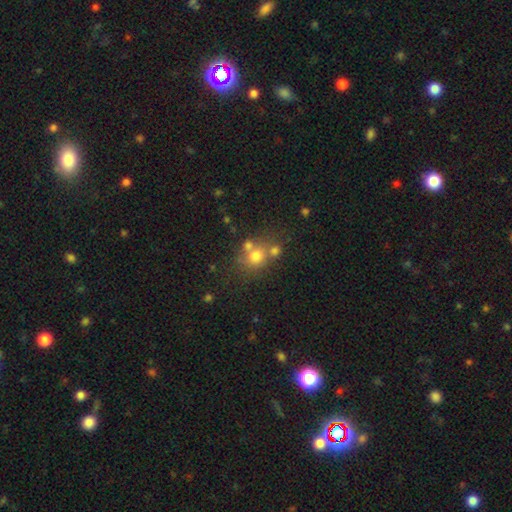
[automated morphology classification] smooth 70%, star or artifact 15%, featured or disk 15%. Down the decision tree: how rounded — round (76%); merging — none (51%).